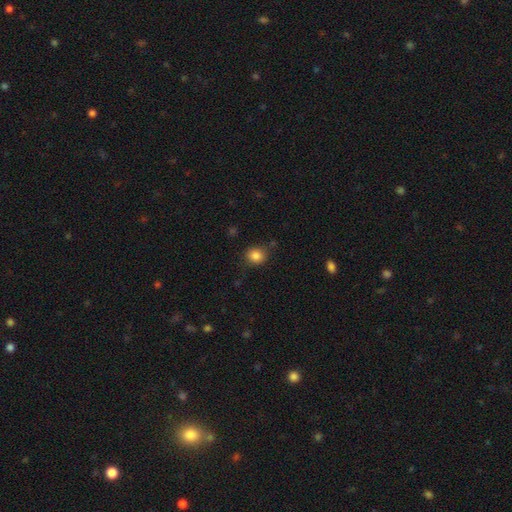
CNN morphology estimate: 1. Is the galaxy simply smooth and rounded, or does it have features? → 85% smooth, 11% star or artifact, 5% featured or disk.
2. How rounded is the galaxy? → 80% round, 19% in between, 1% cigar-shaped.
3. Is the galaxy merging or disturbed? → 82% none, 12% minor disturbance, 3% major disturbance, 2% merger.